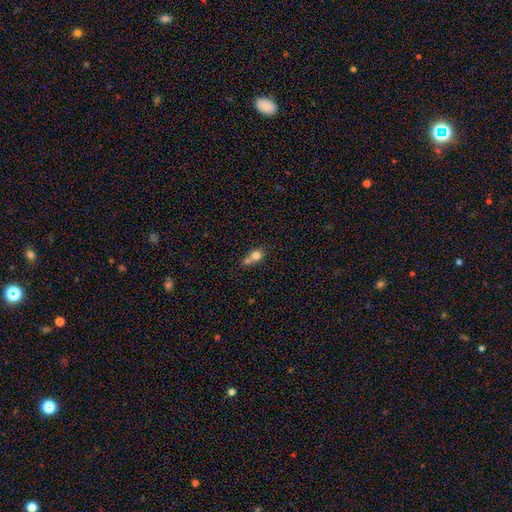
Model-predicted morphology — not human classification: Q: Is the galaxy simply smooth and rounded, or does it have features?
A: smooth — 75%.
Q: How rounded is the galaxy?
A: round — 65%.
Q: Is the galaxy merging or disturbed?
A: merger — 60%.